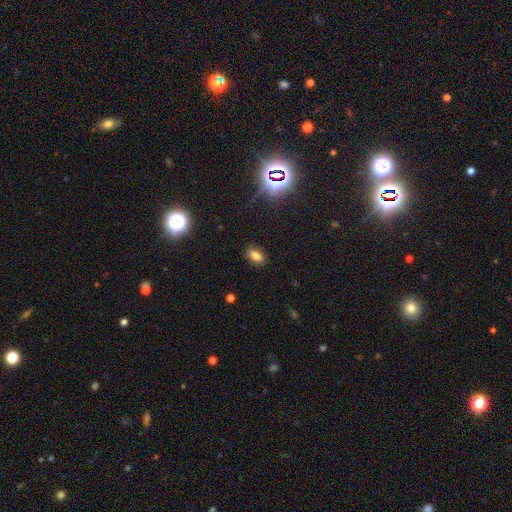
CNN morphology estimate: A smooth galaxy with no disk features (75%) that is in between round and cigar-shaped (87%).

Vote fractions:
- Smooth or featured? smooth: 75% / star or artifact: 17% / featured or disk: 8%
- How rounded? in between: 87% / round: 9% / cigar-shaped: 4%
- Merging? none: 86% / minor disturbance: 10% / major disturbance: 3% / merger: 1%